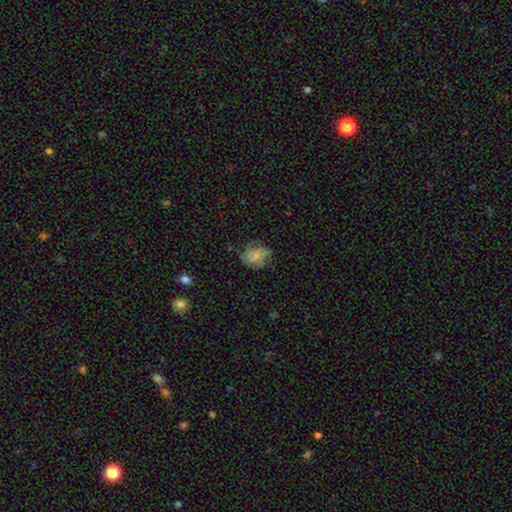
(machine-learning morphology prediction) Q: Smooth or featured?
A: smooth (55%); runner-up: featured or disk (35%)
Q: How rounded?
A: in between (53%); runner-up: round (45%)
Q: Merging?
A: none (62%); runner-up: minor disturbance (26%)